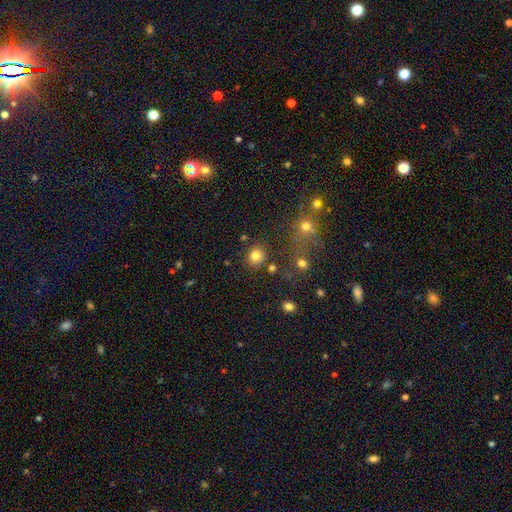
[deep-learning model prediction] Smooth or featured: smooth — 81% (star or artifact — 13%)
How rounded: round — 87% (in between — 12%)
Merging: none — 84% (minor disturbance — 8%)